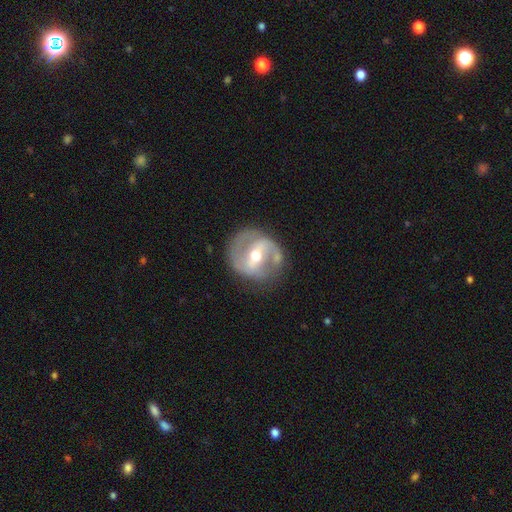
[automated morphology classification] Smooth or featured? featured or disk (83%)
Edge-on disk? no (97%)
Bar? strong (47%)
Spiral arms? yes (85%)
Spiral winding? medium (51%)
Spiral arm count? 2 (86%)
Bulge size? moderate (69%)
Merging? none (76%)